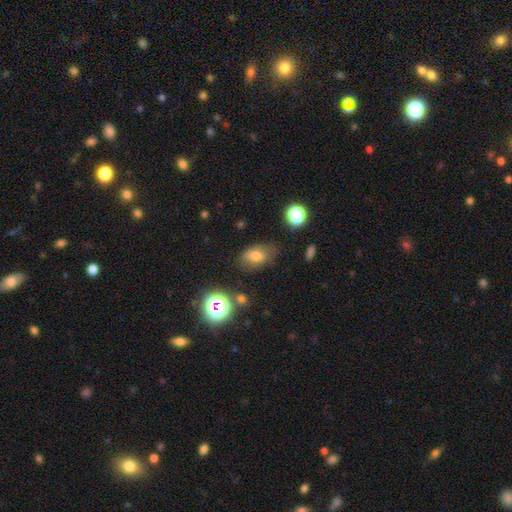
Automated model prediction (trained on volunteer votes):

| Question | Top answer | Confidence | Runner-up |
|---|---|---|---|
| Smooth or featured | smooth | 69% | featured or disk (16%) |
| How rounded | in between | 84% | round (13%) |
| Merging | none | 65% | minor disturbance (23%) |